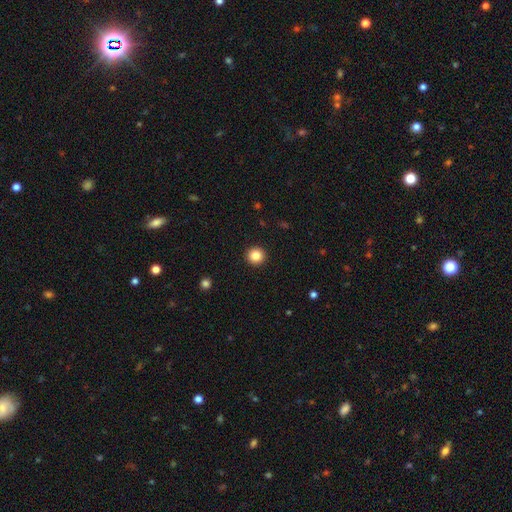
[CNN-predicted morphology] Smooth or featured?
  - smooth: 84% *
  - star or artifact: 11%
  - featured or disk: 5%
How rounded?
  - round: 96% *
  - in between: 3%
  - cigar-shaped: 1%
Merging?
  - none: 94% *
  - minor disturbance: 4%
  - major disturbance: 1%
  - merger: 1%